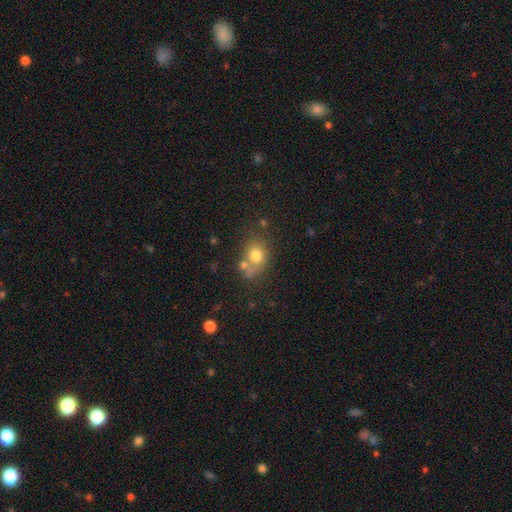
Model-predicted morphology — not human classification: Q: Smooth or featured?
A: smooth (73%); runner-up: featured or disk (14%)
Q: How rounded?
A: round (58%); runner-up: in between (41%)
Q: Merging?
A: none (49%); runner-up: merger (26%)